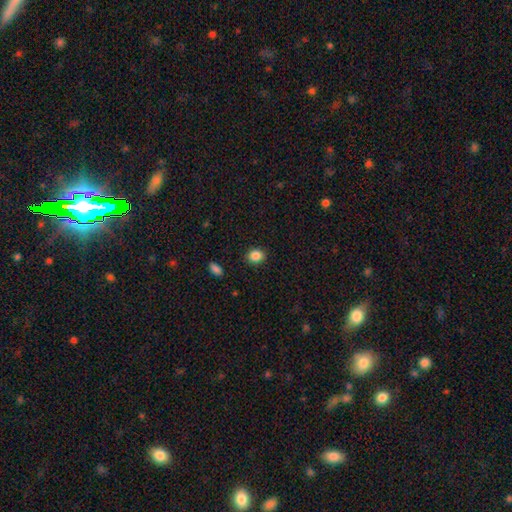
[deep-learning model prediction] smooth 86%, star or artifact 10%, featured or disk 4%. Down the decision tree: how rounded — round (55%); merging — none (89%).